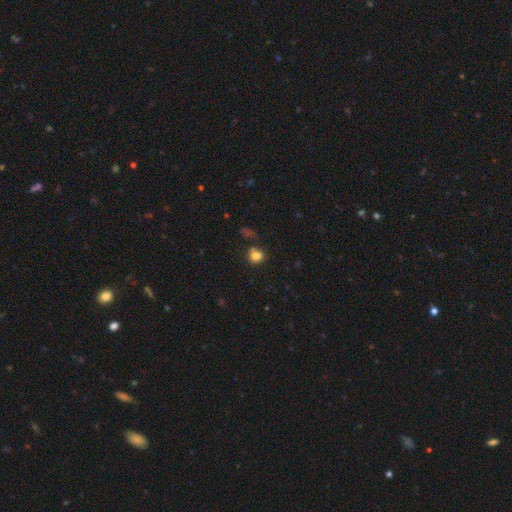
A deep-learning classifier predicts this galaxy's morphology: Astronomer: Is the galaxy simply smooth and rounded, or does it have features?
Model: smooth — 79%.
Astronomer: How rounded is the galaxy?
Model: round — 64%.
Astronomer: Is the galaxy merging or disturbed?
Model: none — 56%.